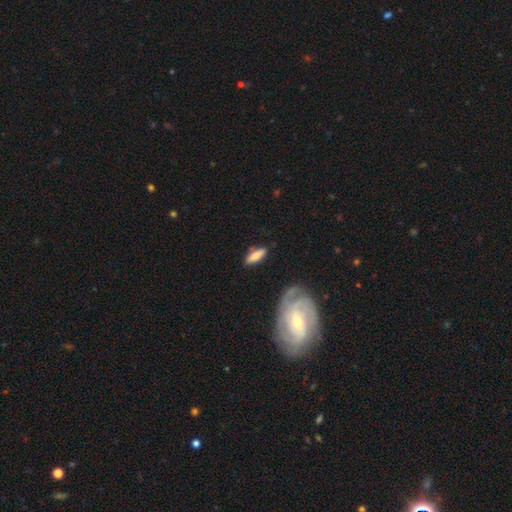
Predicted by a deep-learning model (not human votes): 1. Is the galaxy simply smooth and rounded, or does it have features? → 73% smooth, 21% featured or disk, 6% star or artifact.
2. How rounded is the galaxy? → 52% in between, 46% cigar-shaped, 3% round.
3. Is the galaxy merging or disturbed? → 76% none, 16% minor disturbance, 5% major disturbance, 3% merger.